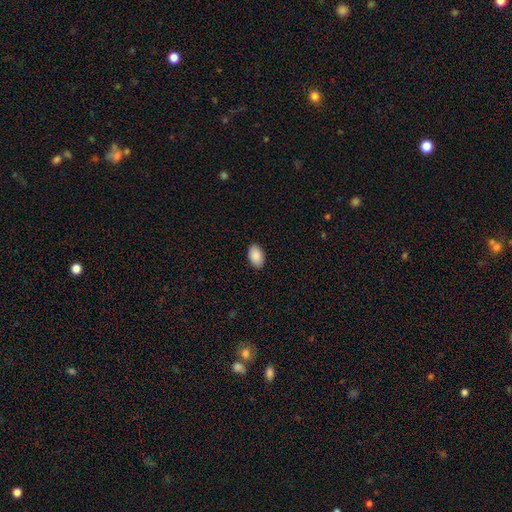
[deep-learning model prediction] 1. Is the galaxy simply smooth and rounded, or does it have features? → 90% smooth, 6% star or artifact, 4% featured or disk.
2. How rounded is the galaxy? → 94% in between, 5% round, 1% cigar-shaped.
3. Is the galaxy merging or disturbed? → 89% none, 8% minor disturbance, 2% major disturbance, 1% merger.